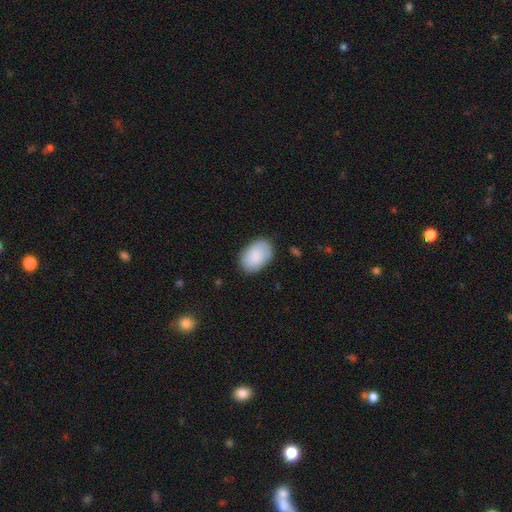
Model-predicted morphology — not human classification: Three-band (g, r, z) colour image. It shows a smooth galaxy with no disk features (86%) that is in between round and cigar-shaped (90%). Merging: none (83%).